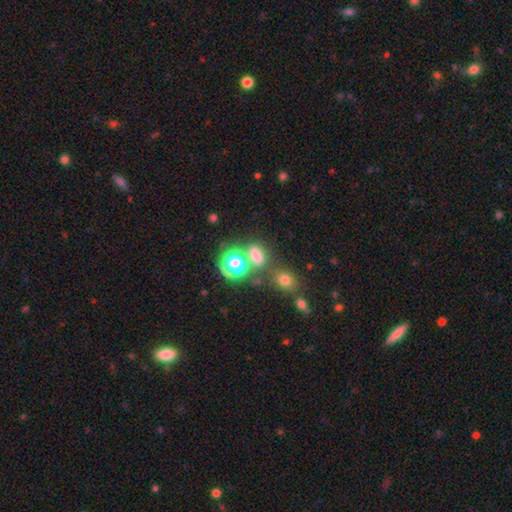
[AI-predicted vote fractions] smooth 67%, star or artifact 25%, featured or disk 8%. Down the decision tree: how rounded — in between (54%); merging — none (57%).